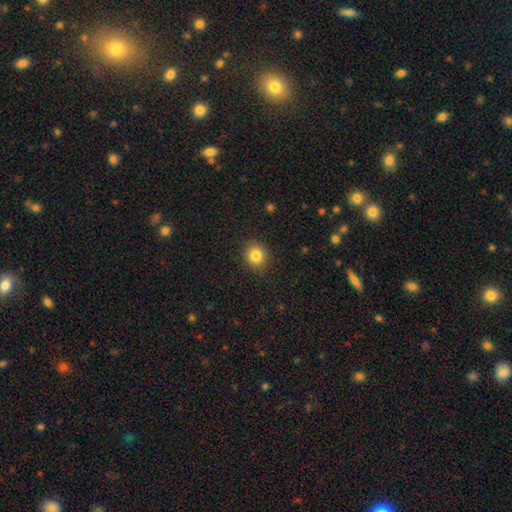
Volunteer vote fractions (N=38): Smooth or featured?
  - smooth: 87% *
  - star or artifact: 8%
  - featured or disk: 5%
How rounded?
  - round: 67% *
  - in between: 33%
  - cigar-shaped: 0%
Merging?
  - none: 97% *
  - minor disturbance: 3%
  - major disturbance: 0%
  - merger: 0%